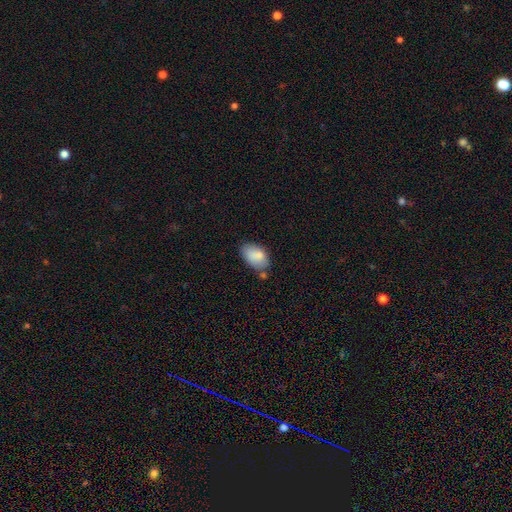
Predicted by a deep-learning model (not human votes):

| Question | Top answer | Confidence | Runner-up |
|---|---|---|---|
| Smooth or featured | smooth | 85% | featured or disk (8%) |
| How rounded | in between | 92% | round (6%) |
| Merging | none | 62% | minor disturbance (25%) |